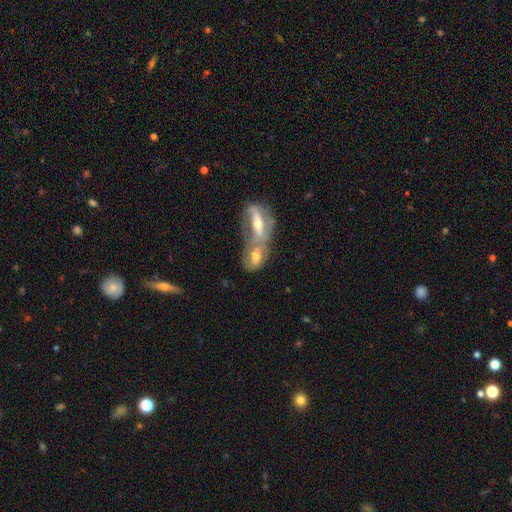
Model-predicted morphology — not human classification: Smooth or featured: featured or disk — 51% (smooth — 42%)
Edge-on disk: no — 83% (yes — 17%)
Merging: merger — 73% (none — 16%)